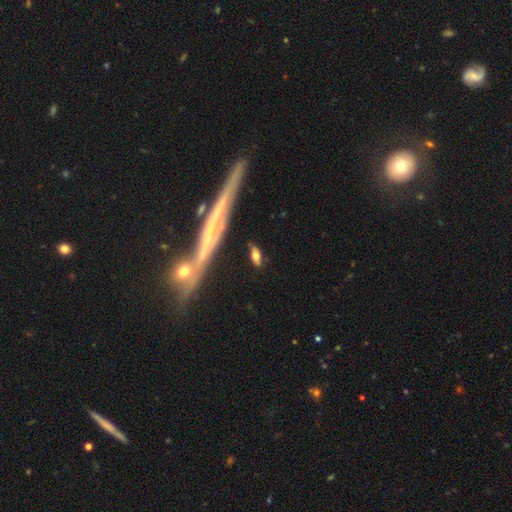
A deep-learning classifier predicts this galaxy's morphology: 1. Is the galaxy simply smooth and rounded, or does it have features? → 65% smooth, 27% featured or disk, 8% star or artifact.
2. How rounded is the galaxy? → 72% in between, 22% cigar-shaped, 6% round.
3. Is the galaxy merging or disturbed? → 74% none, 16% minor disturbance, 5% major disturbance, 5% merger.